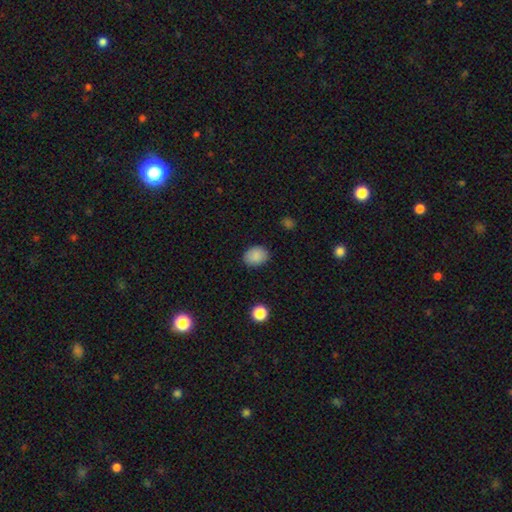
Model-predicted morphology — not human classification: A smooth galaxy with no disk features (87%) that is in between round and cigar-shaped (62%).

Vote fractions:
- Smooth or featured? smooth: 87% / star or artifact: 9% / featured or disk: 4%
- How rounded? in between: 62% / round: 37% / cigar-shaped: 1%
- Merging? none: 85% / minor disturbance: 11% / major disturbance: 3% / merger: 1%